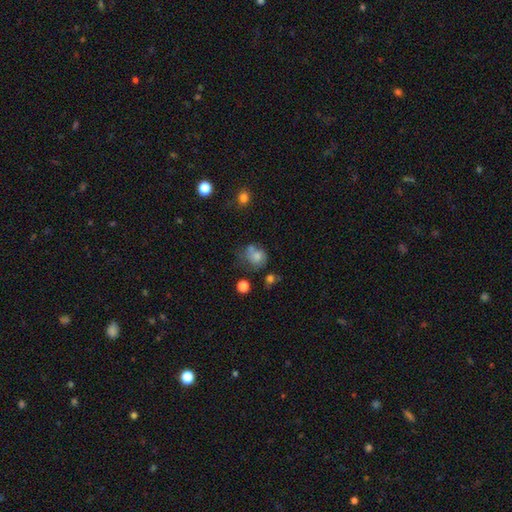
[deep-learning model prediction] smooth 67%, featured or disk 21%, star or artifact 12%. Down the decision tree: how rounded — round (62%); merging — none (36%).